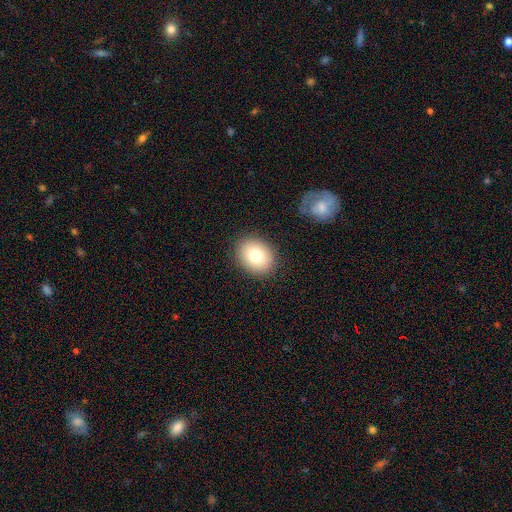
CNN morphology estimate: Smooth or featured? Predicted: smooth (p=0.79). How rounded? Predicted: in between (p=0.53). Merging? Predicted: none (p=0.88).